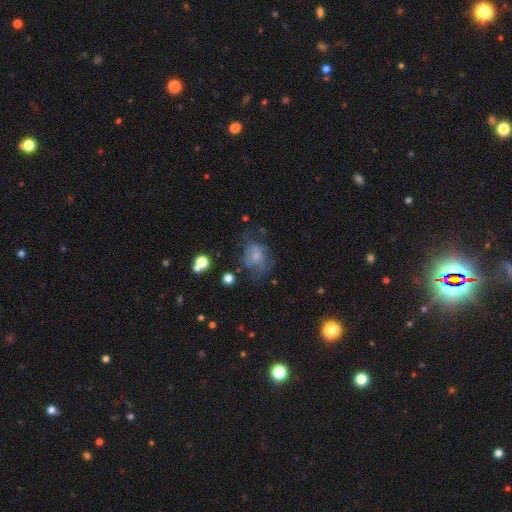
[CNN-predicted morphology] type=smooth (50%); roundness=in between (61%); merging=none (37%).